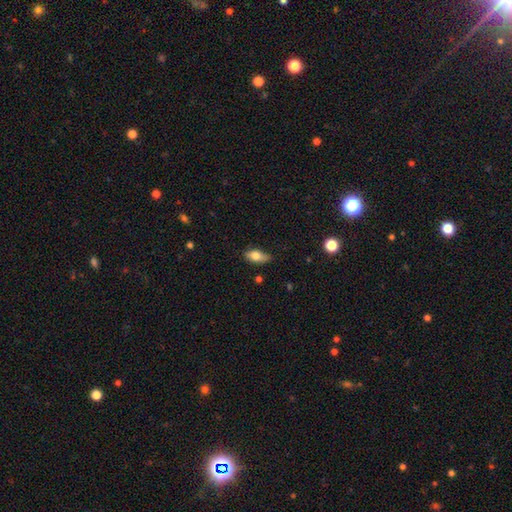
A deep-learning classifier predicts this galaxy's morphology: This is likely a smooth galaxy (75%). How rounded: clearly in between (84%). Merging: likely none (70%).